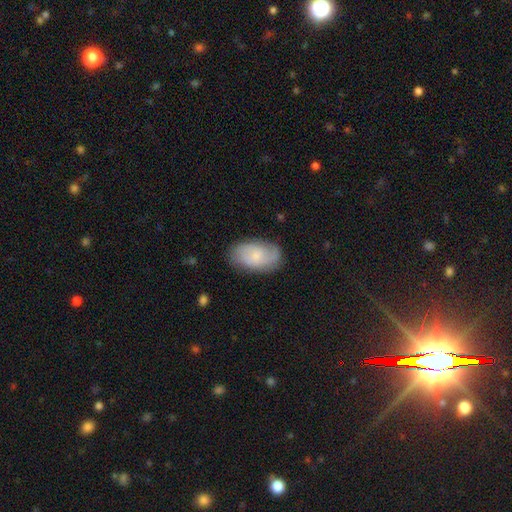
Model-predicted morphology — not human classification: This appears to be a featured or disk galaxy (48%). Merging: none (76%).